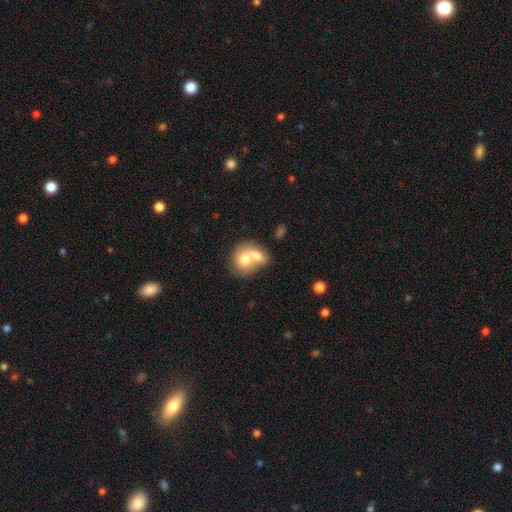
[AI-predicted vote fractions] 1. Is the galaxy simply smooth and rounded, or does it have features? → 69% smooth, 25% featured or disk, 7% star or artifact.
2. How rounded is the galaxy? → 54% round, 45% in between, 1% cigar-shaped.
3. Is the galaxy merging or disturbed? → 73% merger, 18% none, 6% minor disturbance, 3% major disturbance.